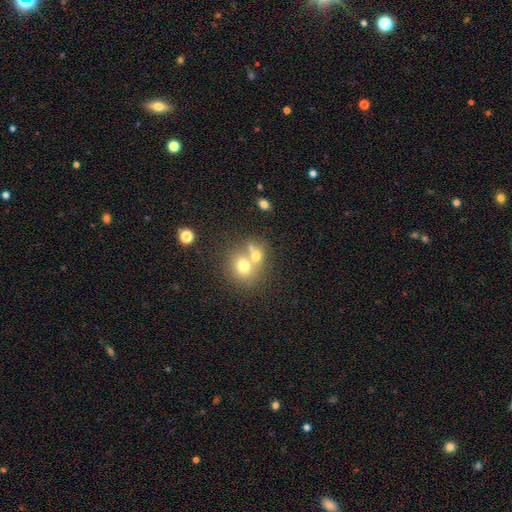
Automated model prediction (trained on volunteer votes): Morphology: type=smooth (68%); roundness=round (65%); merging=merger (56%).